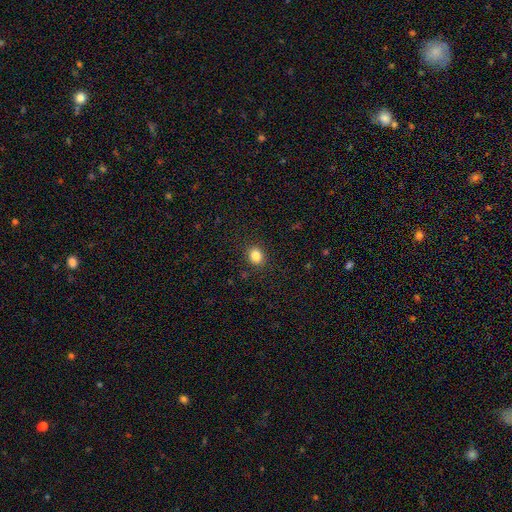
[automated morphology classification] This is clearly a smooth galaxy (84%). How rounded: likely round (63%). Merging: clearly none (90%).